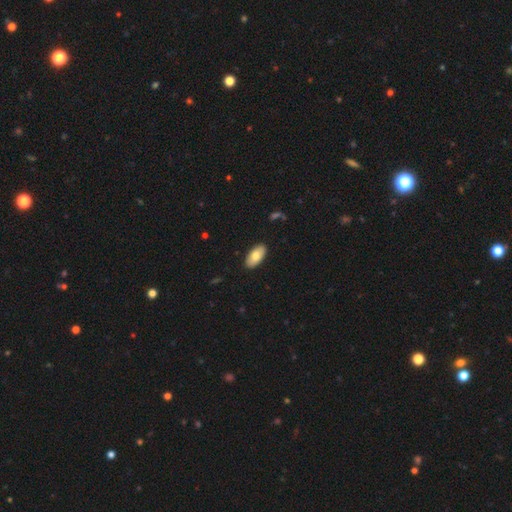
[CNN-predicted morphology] Q: Smooth or featured?
A: smooth (76%); runner-up: featured or disk (18%)
Q: How rounded?
A: in between (94%); runner-up: cigar-shaped (4%)
Q: Merging?
A: none (89%); runner-up: minor disturbance (8%)